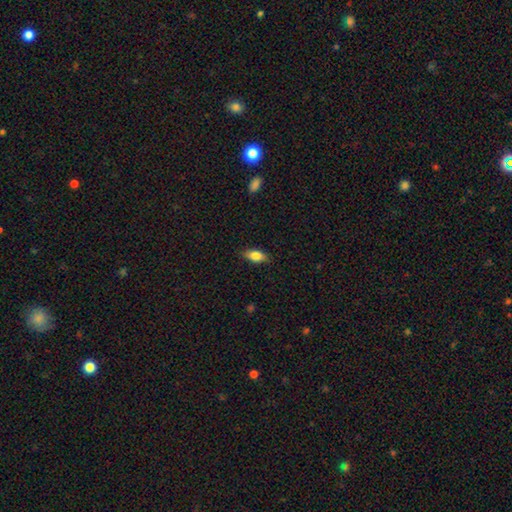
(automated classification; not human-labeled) Morphology: type=smooth (79%); roundness=in between (84%); merging=none (85%).